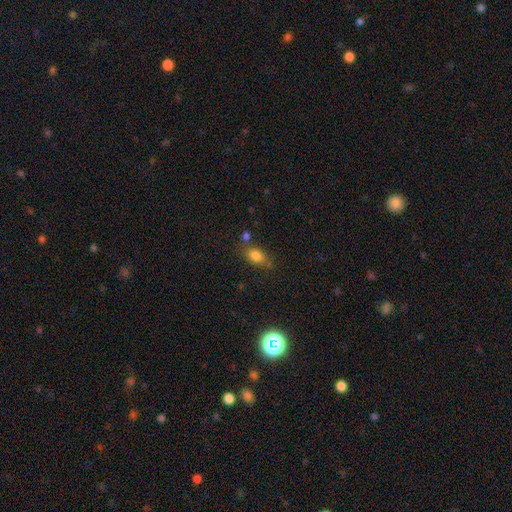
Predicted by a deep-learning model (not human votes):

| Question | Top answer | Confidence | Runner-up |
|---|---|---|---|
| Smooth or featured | smooth | 80% | star or artifact (11%) |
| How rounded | in between | 76% | round (20%) |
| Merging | none | 65% | minor disturbance (19%) |